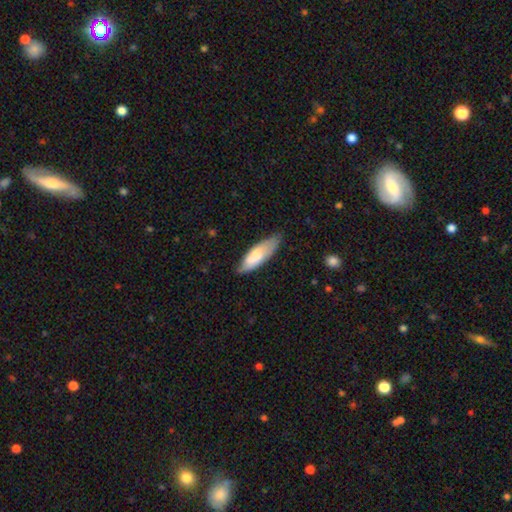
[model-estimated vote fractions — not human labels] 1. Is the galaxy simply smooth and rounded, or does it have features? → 70% smooth, 24% featured or disk, 6% star or artifact.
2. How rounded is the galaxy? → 59% in between, 40% cigar-shaped, 2% round.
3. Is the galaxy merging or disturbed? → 64% none, 28% minor disturbance, 6% major disturbance, 2% merger.